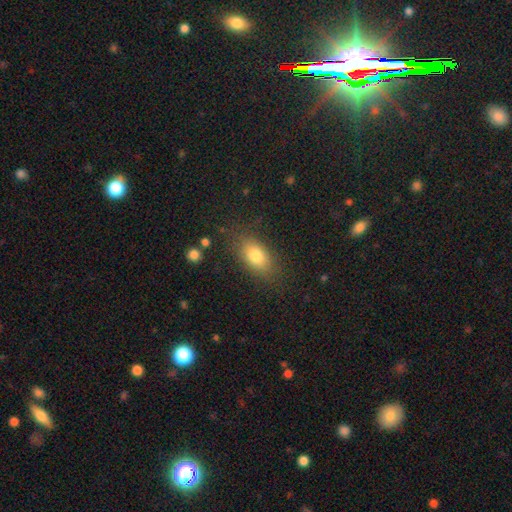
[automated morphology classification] This appears to be a smooth galaxy with no disk features (79%) that is in between round and cigar-shaped (86%). Merging: none (81%).